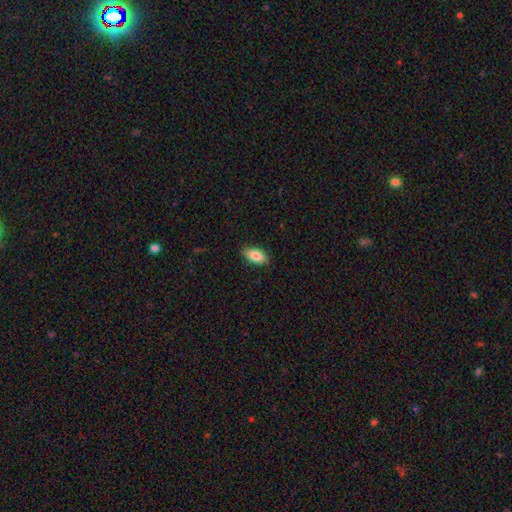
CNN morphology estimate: smooth 83%, featured or disk 10%, star or artifact 7%. Down the decision tree: how rounded — in between (90%); merging — none (85%).